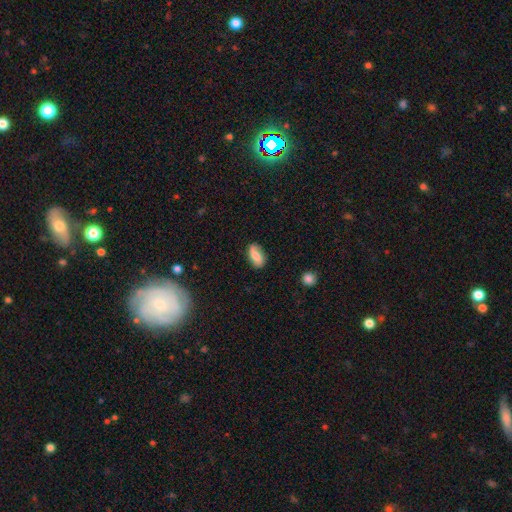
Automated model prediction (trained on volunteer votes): Q: Smooth or featured?
A: smooth (65%); runner-up: featured or disk (27%)
Q: How rounded?
A: in between (90%); runner-up: round (5%)
Q: Merging?
A: none (77%); runner-up: minor disturbance (17%)